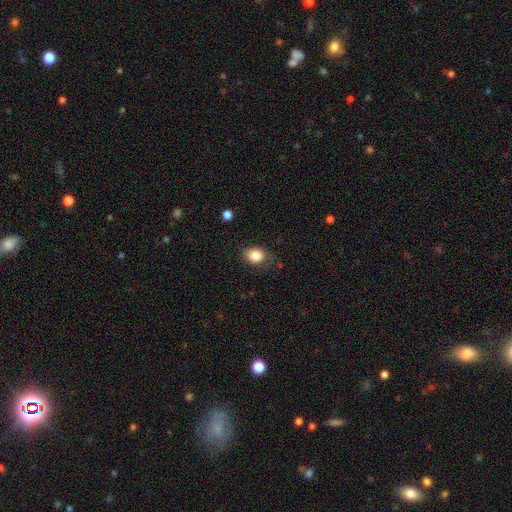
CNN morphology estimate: smooth 83%, star or artifact 9%, featured or disk 8%. Down the decision tree: how rounded — in between (52%); merging — none (63%).